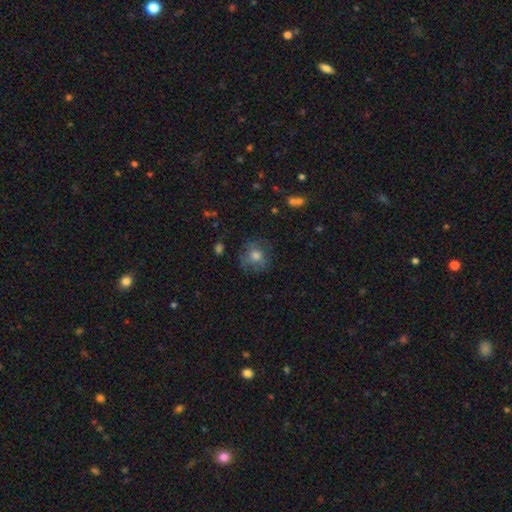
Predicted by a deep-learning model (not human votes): Smooth or featured? smooth (62%)
How rounded? round (86%)
Merging? none (71%)